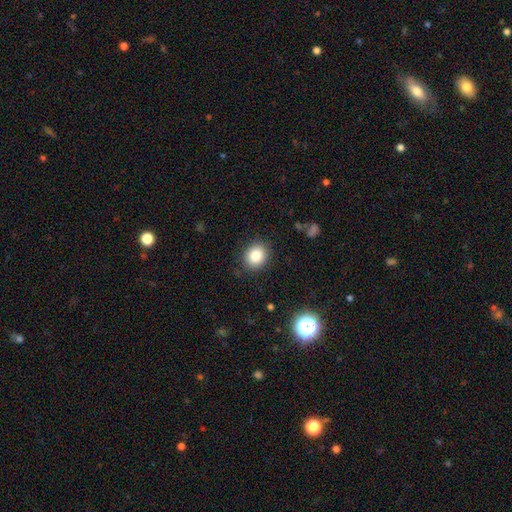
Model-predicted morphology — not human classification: This appears to be a smooth galaxy with no disk features (85%) that is round (69%). Merging: none (87%).